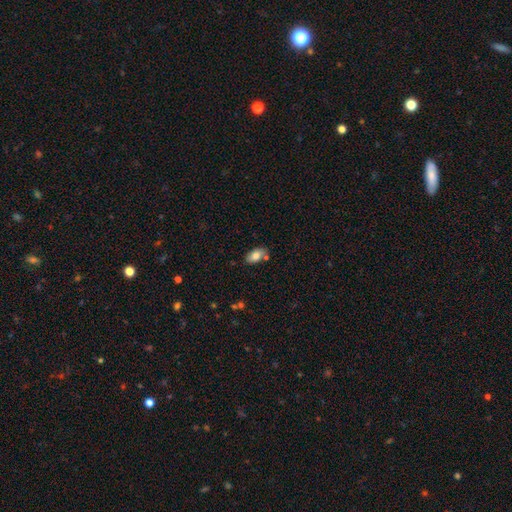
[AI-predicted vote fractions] smooth_or_featured: smooth (p=0.78) [alt: featured or disk p=0.15]
how_rounded: in between (p=0.93) [alt: round p=0.04]
merging: none (p=0.72) [alt: minor disturbance p=0.16]